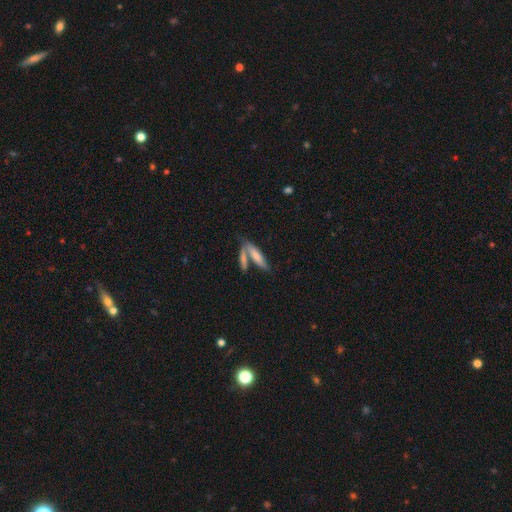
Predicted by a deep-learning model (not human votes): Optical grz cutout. It shows a smooth galaxy with no disk features (67%) that is cigar-shaped (64%). Merging: merger (46%).